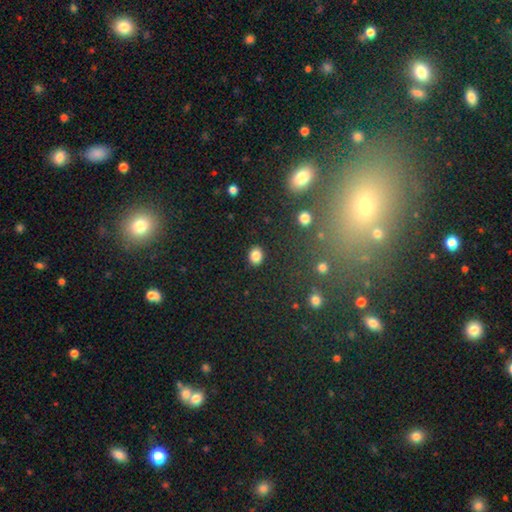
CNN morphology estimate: A smooth galaxy with no disk features (85%) that is in between round and cigar-shaped (56%). Merging: none (88%).